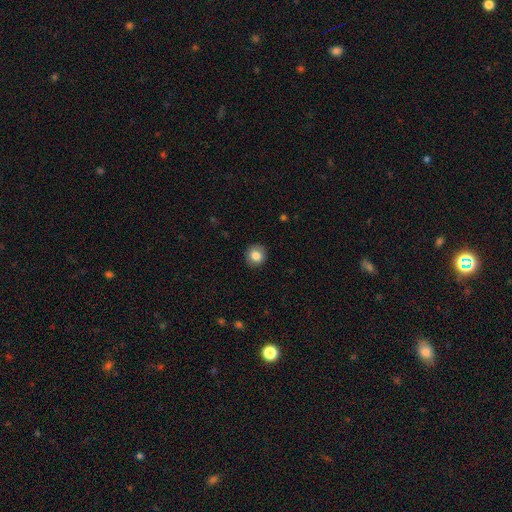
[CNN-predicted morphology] Overall: smooth (83%). How rounded: round (90%). Merging: none (90%).